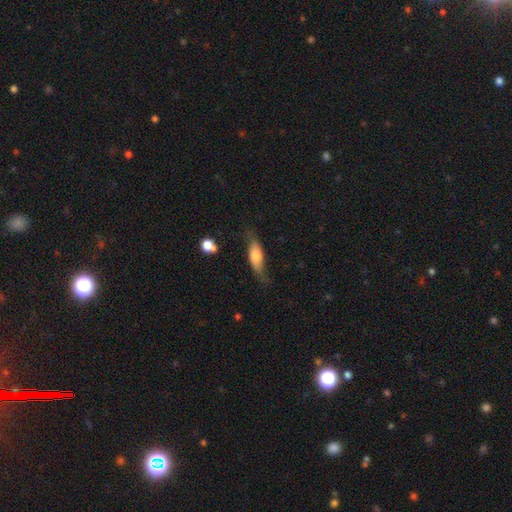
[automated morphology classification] A smooth galaxy with no disk features (61%) that is in between round and cigar-shaped (64%). Merging: none (58%).